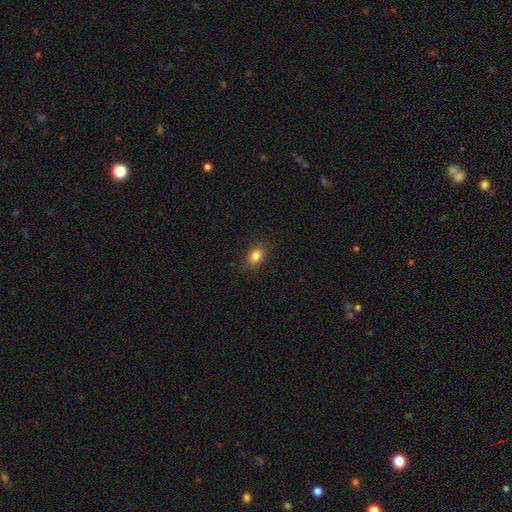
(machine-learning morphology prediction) type=smooth (84%); roundness=in between (75%); merging=none (84%).